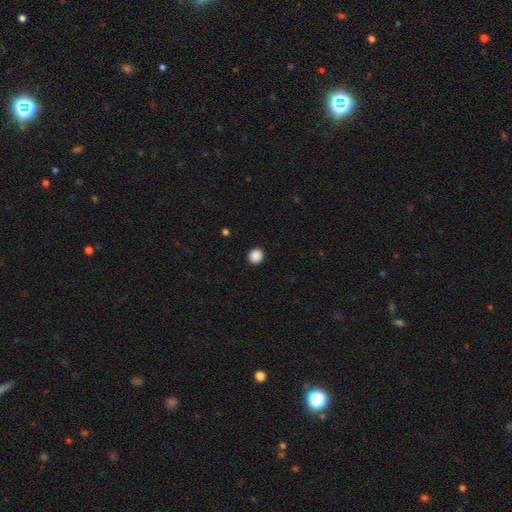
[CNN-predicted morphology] smooth_or_featured: smooth (p=0.89) [alt: star or artifact p=0.09]
how_rounded: round (p=0.85) [alt: in between p=0.14]
merging: none (p=0.92) [alt: minor disturbance p=0.05]